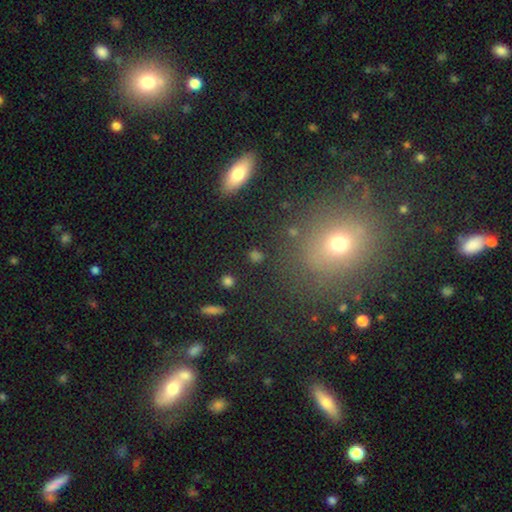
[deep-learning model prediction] smooth_or_featured: smooth (p=0.64) [alt: star or artifact p=0.22]
how_rounded: round (p=0.55) [alt: in between p=0.37]
merging: none (p=0.81) [alt: minor disturbance p=0.10]